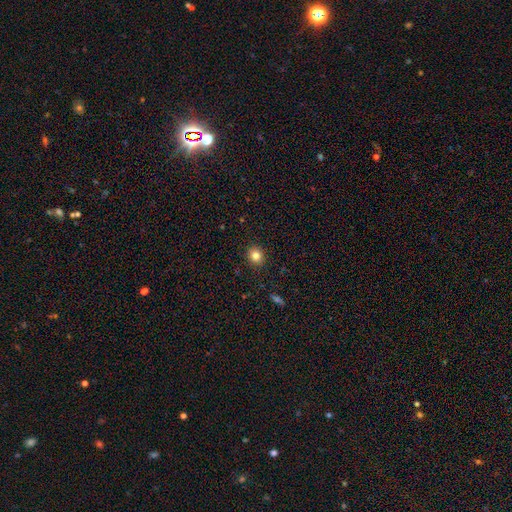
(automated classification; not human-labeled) Smooth or featured? Predicted: smooth (p=0.82). How rounded? Predicted: round (p=0.79). Merging? Predicted: none (p=0.91).